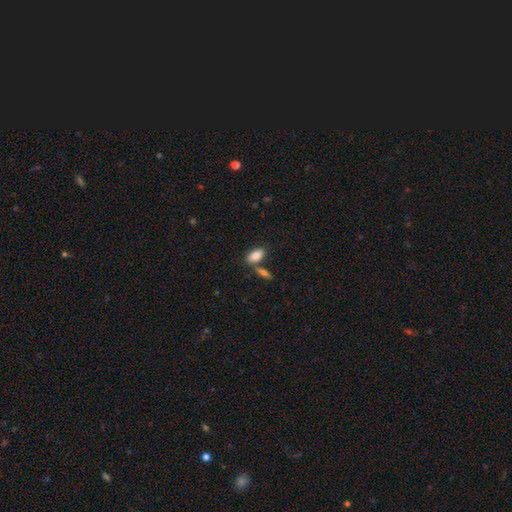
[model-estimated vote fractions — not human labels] Smooth or featured? Predicted: smooth (p=0.86). How rounded? Predicted: in between (p=0.90). Merging? Predicted: none (p=0.63).